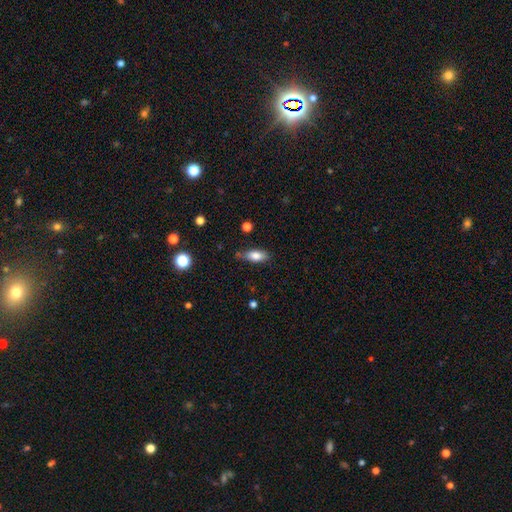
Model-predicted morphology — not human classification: A smooth galaxy with no disk features (77%) that is in between round and cigar-shaped (76%).

Vote fractions:
- Smooth or featured? smooth: 77% / featured or disk: 15% / star or artifact: 8%
- How rounded? in between: 76% / cigar-shaped: 21% / round: 3%
- Merging? none: 70% / minor disturbance: 23% / major disturbance: 5% / merger: 3%